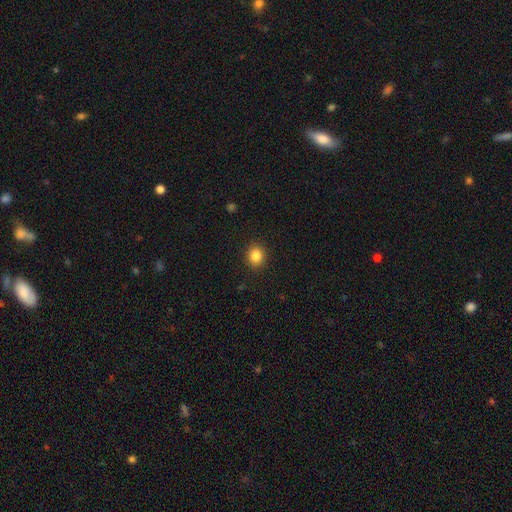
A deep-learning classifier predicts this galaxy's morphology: This is clearly a smooth galaxy (85%). How rounded: clearly round (82%). Merging: clearly none (91%).